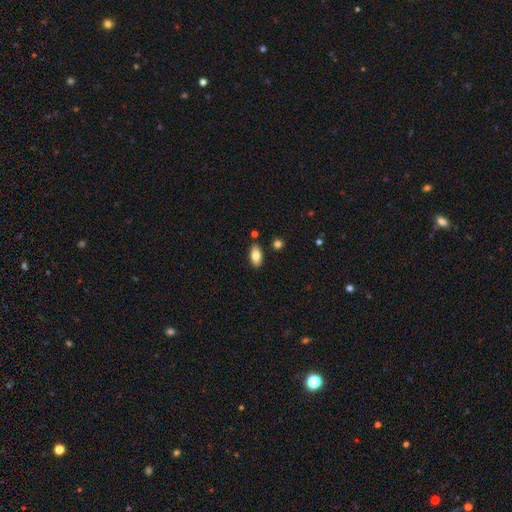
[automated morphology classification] This appears to be a smooth galaxy with no disk features (80%) that is in between round and cigar-shaped (91%). Merging: none (85%).